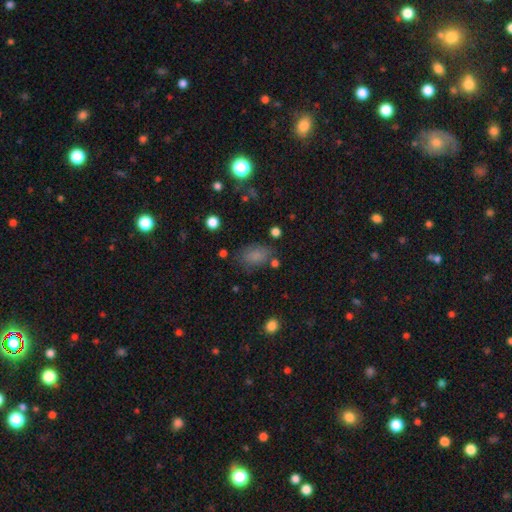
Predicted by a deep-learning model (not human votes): A smooth galaxy with no disk features (77%) that is in between round and cigar-shaped (84%).

Vote fractions:
- Smooth or featured? smooth: 77% / star or artifact: 14% / featured or disk: 8%
- How rounded? in between: 84% / round: 14% / cigar-shaped: 2%
- Merging? none: 69% / minor disturbance: 19% / major disturbance: 8% / merger: 5%